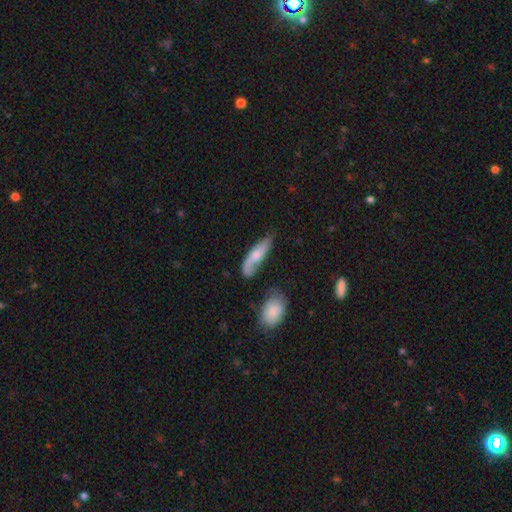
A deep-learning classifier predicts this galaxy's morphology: smooth_or_featured: smooth (p=0.50) [alt: featured or disk p=0.44]
merging: none (p=0.50) [alt: minor disturbance p=0.29]